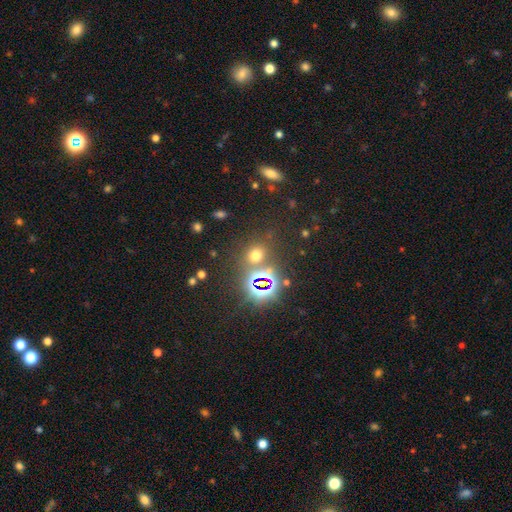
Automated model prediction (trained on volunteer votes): The model was most divided on "smooth or featured": smooth: 54%, star or artifact: 39%, featured or disk: 7%. More confident: how rounded — round (77%); merging — none (76%).